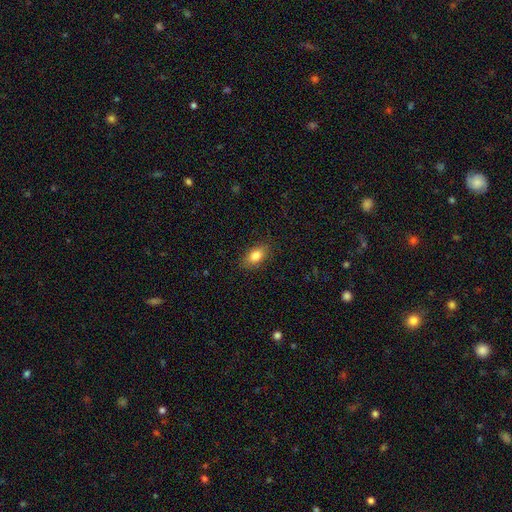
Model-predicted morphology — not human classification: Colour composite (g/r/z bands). It shows a smooth galaxy with no disk features (82%) that is in between round and cigar-shaped (88%). Merging: none (85%).